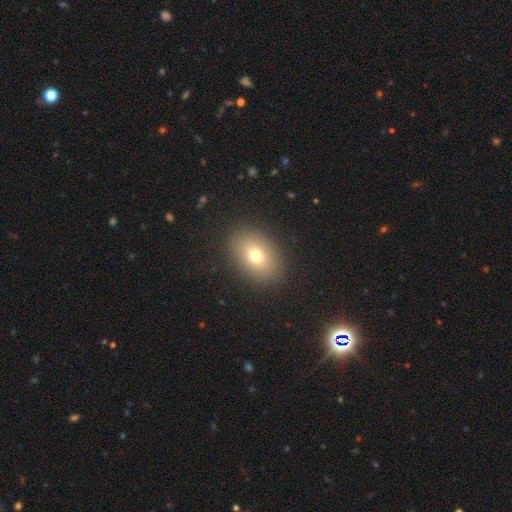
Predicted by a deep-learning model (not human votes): Smooth or featured: smooth — 73% (featured or disk — 14%)
How rounded: in between — 73% (round — 26%)
Merging: none — 89% (minor disturbance — 7%)